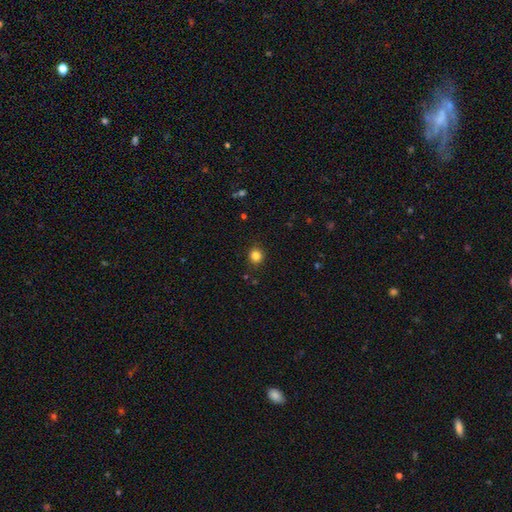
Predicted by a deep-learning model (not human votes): smooth 84%, star or artifact 12%, featured or disk 4%. Down the decision tree: how rounded — round (86%); merging — none (89%).